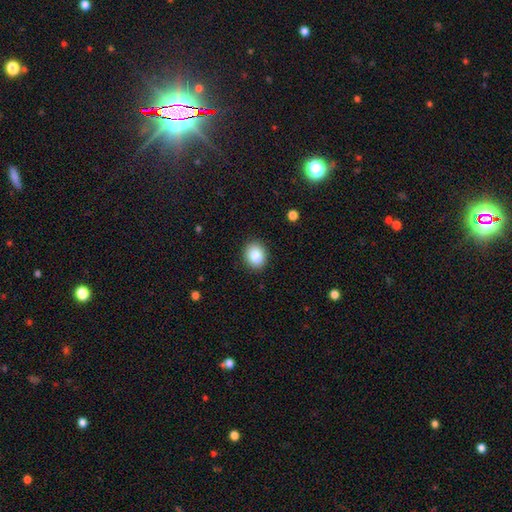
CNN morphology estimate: Smooth or featured?
  - smooth: 84% *
  - star or artifact: 9%
  - featured or disk: 7%
How rounded?
  - round: 61% *
  - in between: 38%
  - cigar-shaped: 1%
Merging?
  - none: 90% *
  - minor disturbance: 7%
  - major disturbance: 2%
  - merger: 1%